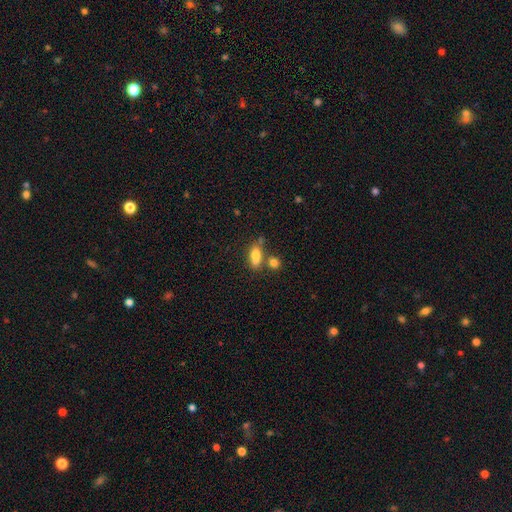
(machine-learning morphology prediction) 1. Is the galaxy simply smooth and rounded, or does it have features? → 81% smooth, 11% featured or disk, 8% star or artifact.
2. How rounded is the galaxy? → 75% in between, 19% cigar-shaped, 6% round.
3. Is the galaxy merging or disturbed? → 59% none, 20% merger, 16% minor disturbance, 5% major disturbance.